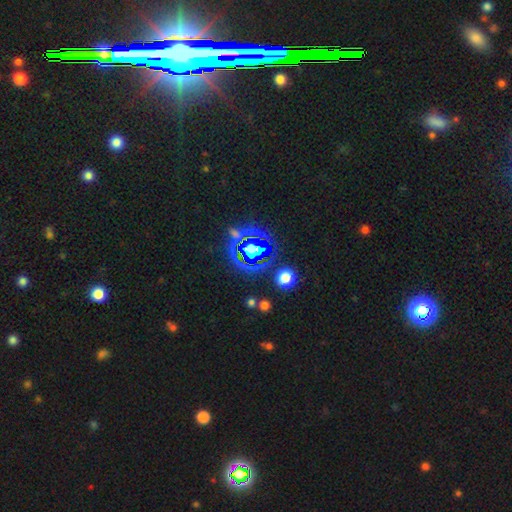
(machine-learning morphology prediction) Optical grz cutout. It shows a star or artifact, not a galaxy (68%).